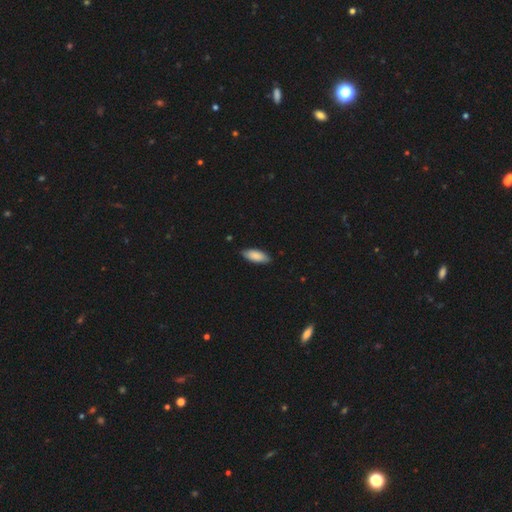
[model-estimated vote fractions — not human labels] Smooth or featured? smooth (87%)
How rounded? in between (79%)
Merging? none (84%)